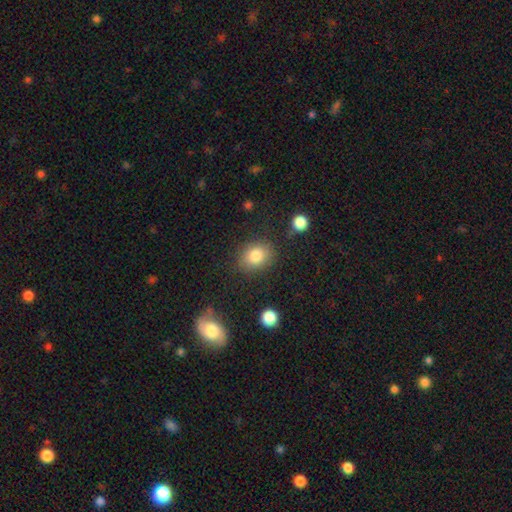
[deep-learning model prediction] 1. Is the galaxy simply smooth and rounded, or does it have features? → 83% smooth, 10% star or artifact, 7% featured or disk.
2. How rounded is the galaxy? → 53% round, 46% in between, 1% cigar-shaped.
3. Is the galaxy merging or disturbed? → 81% none, 12% minor disturbance, 4% major disturbance, 3% merger.